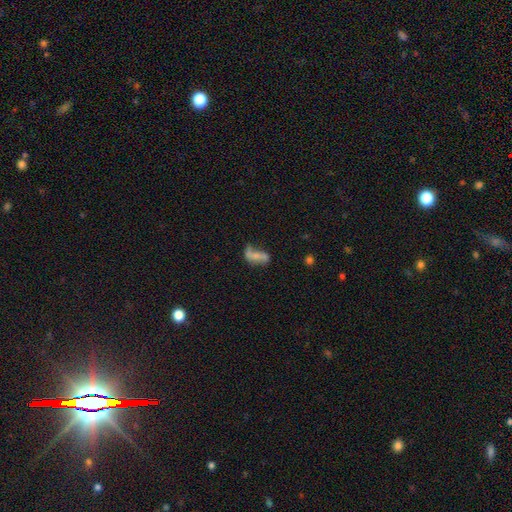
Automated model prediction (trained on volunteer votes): This is possibly a featured or disk galaxy (45%). Merging: marginally none (36%).